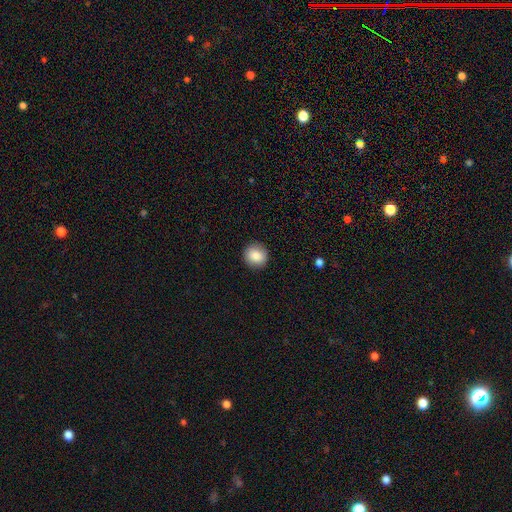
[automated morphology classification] This appears to be a smooth galaxy with no disk features (87%) that is round (90%). Merging: none (91%).